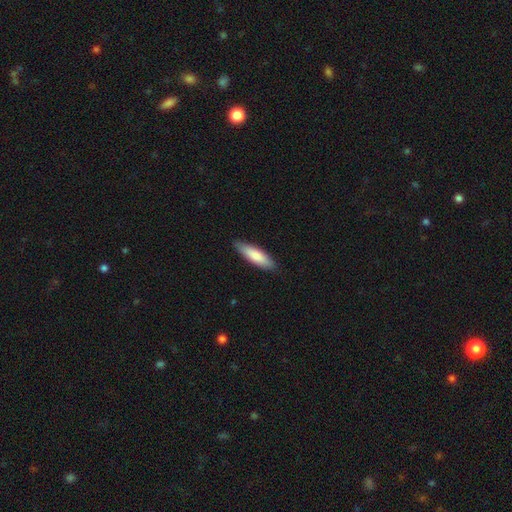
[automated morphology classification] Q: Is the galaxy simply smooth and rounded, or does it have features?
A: smooth — 80%.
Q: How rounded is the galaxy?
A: cigar-shaped — 58%.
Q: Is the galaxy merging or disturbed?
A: none — 86%.